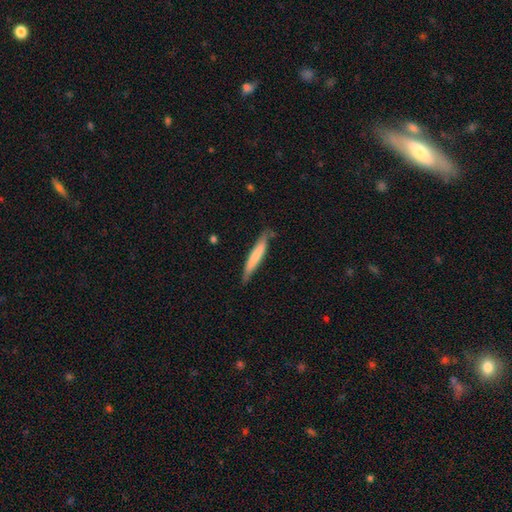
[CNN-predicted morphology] type=smooth (68%); roundness=cigar-shaped (93%); merging=none (79%).